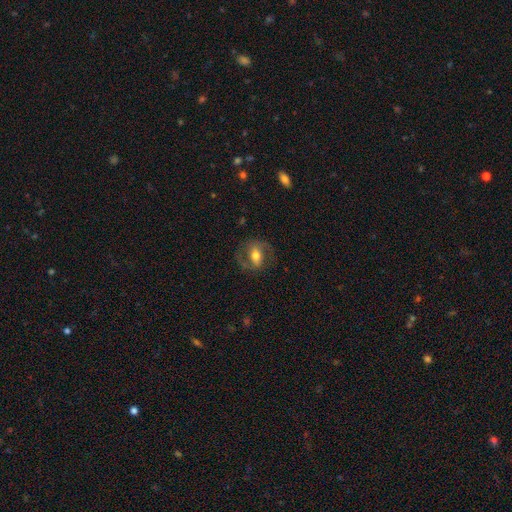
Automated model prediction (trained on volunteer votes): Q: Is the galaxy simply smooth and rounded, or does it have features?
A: featured or disk — 61%.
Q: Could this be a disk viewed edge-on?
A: no — 93%.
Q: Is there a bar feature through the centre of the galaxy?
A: strong — 40%.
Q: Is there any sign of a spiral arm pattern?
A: yes — 75%.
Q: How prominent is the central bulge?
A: moderate — 66%.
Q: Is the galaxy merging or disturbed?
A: none — 72%.